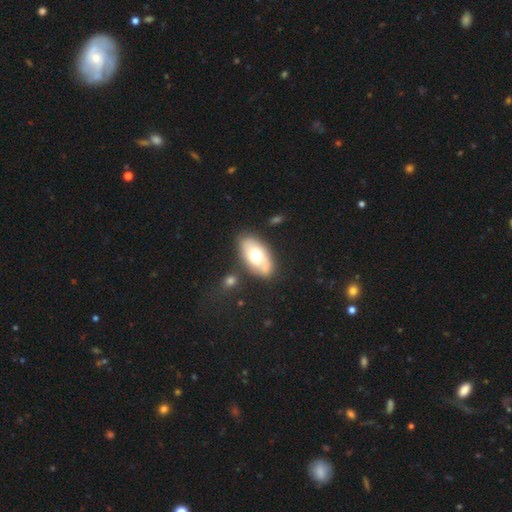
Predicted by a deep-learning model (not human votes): smooth 59%, featured or disk 35%, star or artifact 6%. Down the decision tree: how rounded — in between (92%); merging — none (75%).